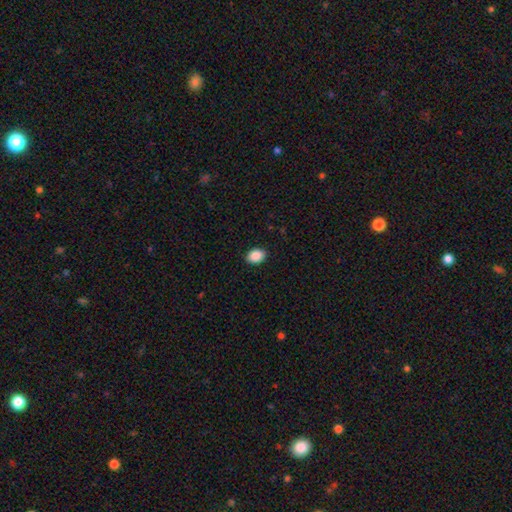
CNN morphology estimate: Overall: smooth (89%). How rounded: in between (67%; round 33%). Merging: none (91%).